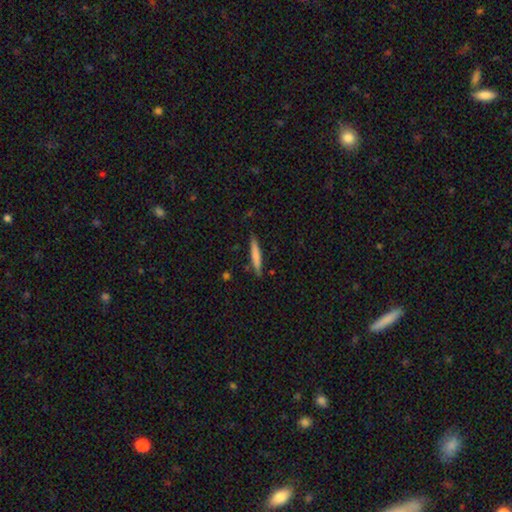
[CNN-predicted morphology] smooth 73%, featured or disk 22%, star or artifact 5%. Down the decision tree: how rounded — cigar-shaped (94%); merging — none (85%).